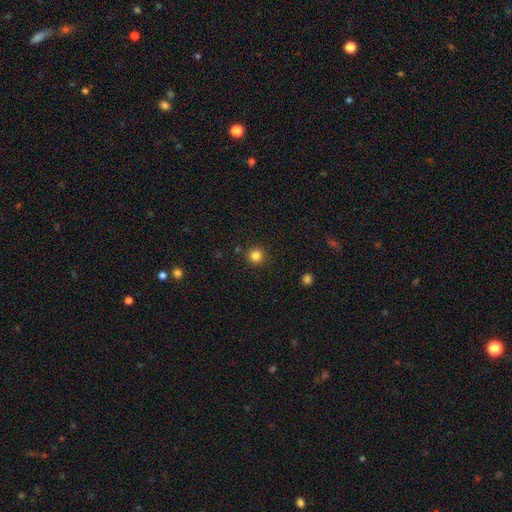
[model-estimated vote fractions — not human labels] smooth-or-featured: smooth: 83% | star or artifact: 12% | featured or disk: 4%
  how-rounded: round: 95% | in between: 4% | cigar-shaped: 1%
  merging: none: 91% | minor disturbance: 5% | major disturbance: 2% | merger: 2%